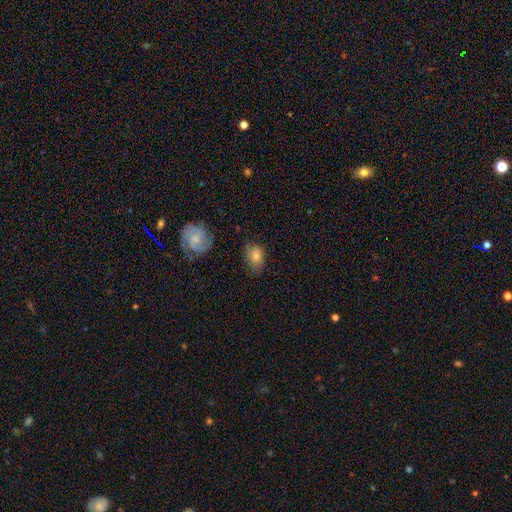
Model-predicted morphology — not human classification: smooth 74%, featured or disk 18%, star or artifact 9%. Down the decision tree: how rounded — in between (60%); merging — none (69%).